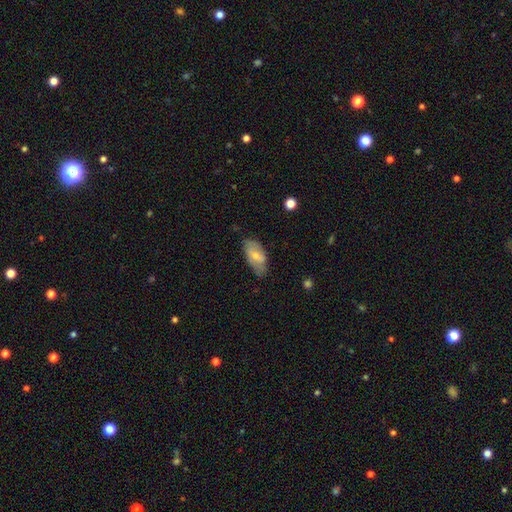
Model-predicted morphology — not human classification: type=smooth (63%); roundness=in between (91%); merging=none (65%).